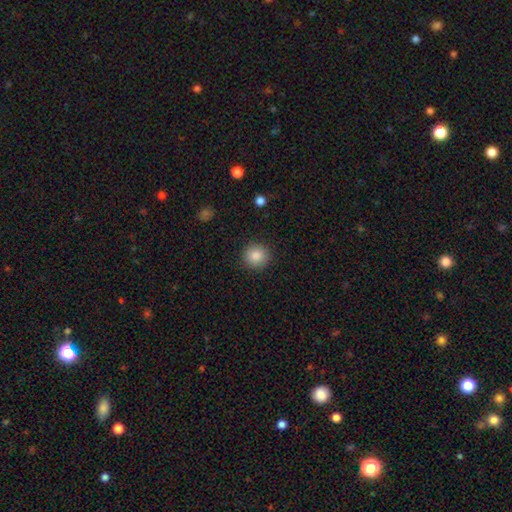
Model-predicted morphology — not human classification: The model was most divided on "smooth or featured": smooth: 86%, star or artifact: 10%, featured or disk: 4%. More confident: how rounded — round (93%); merging — none (90%).